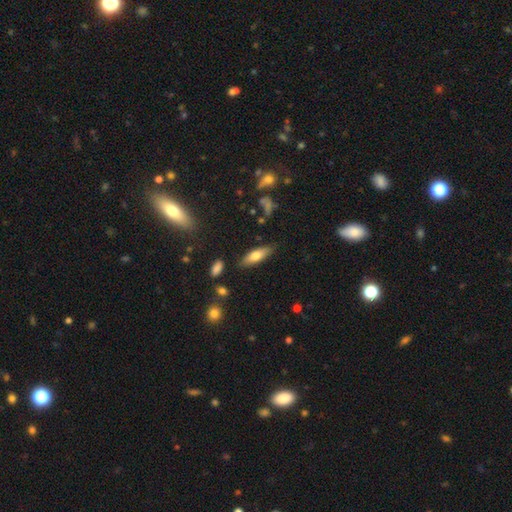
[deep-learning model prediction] This appears to be a smooth galaxy with no disk features (70%) that is in between round and cigar-shaped (56%). Merging: none (80%).